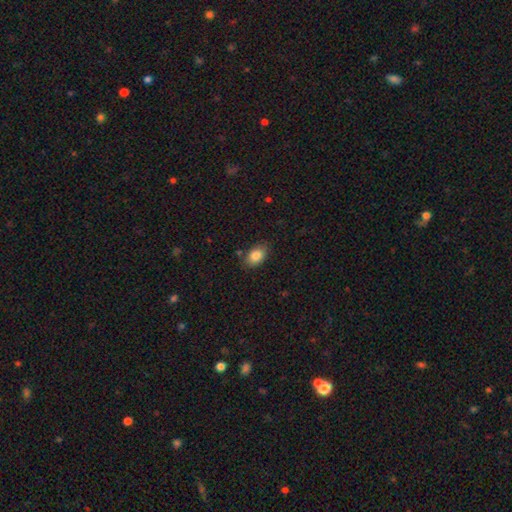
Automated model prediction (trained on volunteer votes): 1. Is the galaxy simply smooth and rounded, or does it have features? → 85% smooth, 8% star or artifact, 7% featured or disk.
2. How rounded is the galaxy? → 84% in between, 15% round, 1% cigar-shaped.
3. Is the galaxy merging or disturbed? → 81% none, 14% minor disturbance, 3% major disturbance, 2% merger.